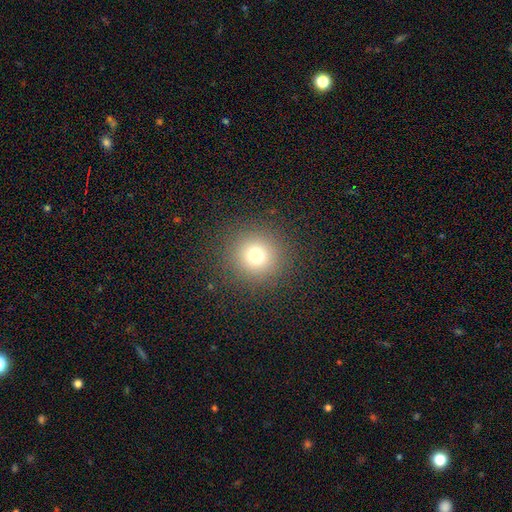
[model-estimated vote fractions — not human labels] smooth 74%, star or artifact 17%, featured or disk 9%. Down the decision tree: how rounded — round (95%); merging — none (90%).